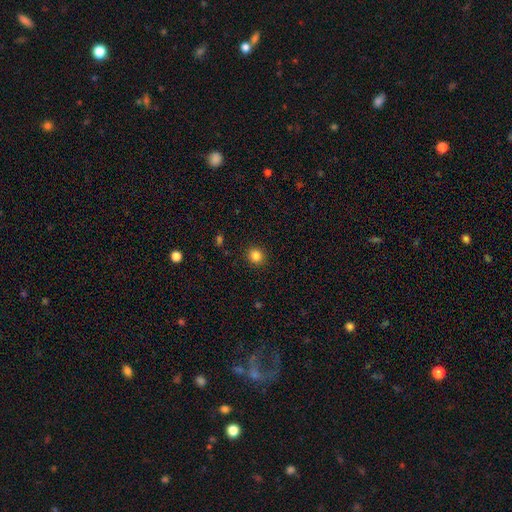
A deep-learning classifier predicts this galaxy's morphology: Smooth or featured?
  - smooth: 85% *
  - star or artifact: 12%
  - featured or disk: 4%
How rounded?
  - round: 90% *
  - in between: 9%
  - cigar-shaped: 1%
Merging?
  - none: 91% *
  - minor disturbance: 6%
  - major disturbance: 2%
  - merger: 1%